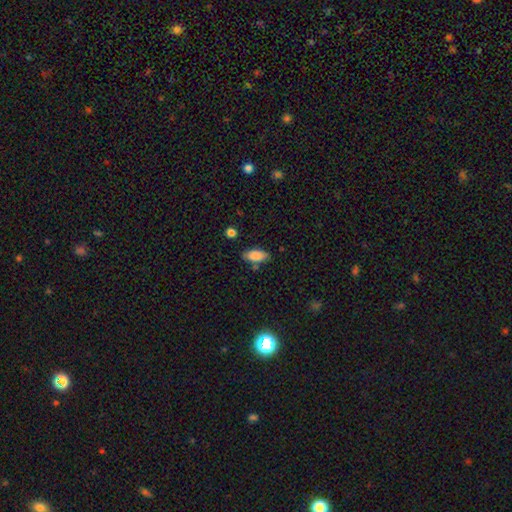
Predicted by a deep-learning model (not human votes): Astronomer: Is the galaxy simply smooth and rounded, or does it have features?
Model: smooth — 84%.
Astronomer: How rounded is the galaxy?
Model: in between — 87%.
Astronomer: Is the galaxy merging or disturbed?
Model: none — 74%.